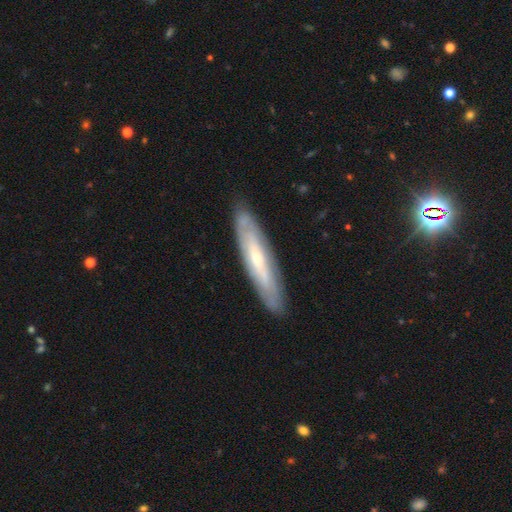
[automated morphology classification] Smooth or featured? featured or disk (62%)
Edge-on disk? yes (54%)
Merging? none (86%)